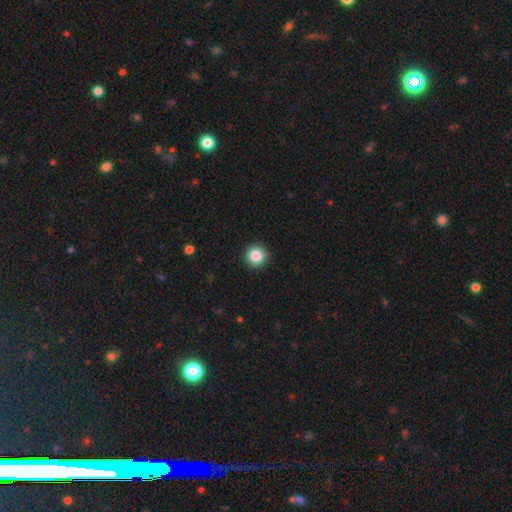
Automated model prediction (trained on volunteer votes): Smooth or featured? Predicted: smooth (p=0.87). How rounded? Predicted: round (p=0.96). Merging? Predicted: none (p=0.92).